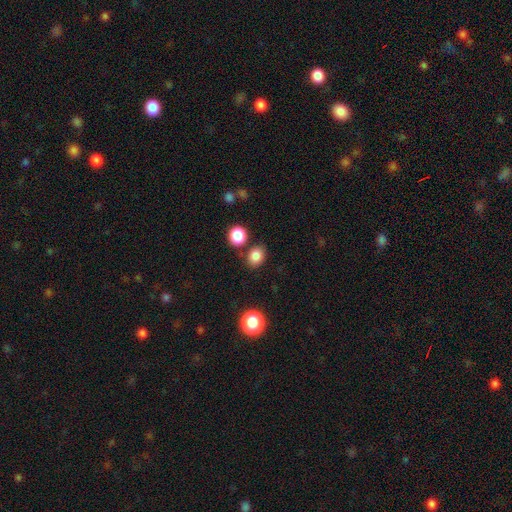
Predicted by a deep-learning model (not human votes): smooth 83%, star or artifact 12%, featured or disk 6%. Down the decision tree: how rounded — round (52%); merging — none (78%).